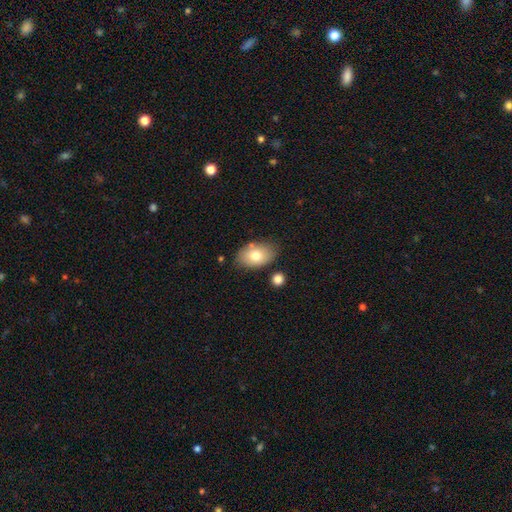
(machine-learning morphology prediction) This is likely a smooth galaxy (75%). How rounded: clearly in between (88%). Merging: likely none (75%).